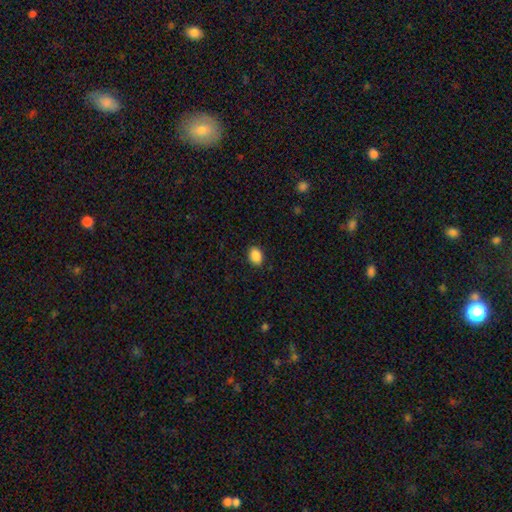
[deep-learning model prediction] A smooth galaxy with no disk features (89%) that is in between round and cigar-shaped (70%). Merging: none (89%).